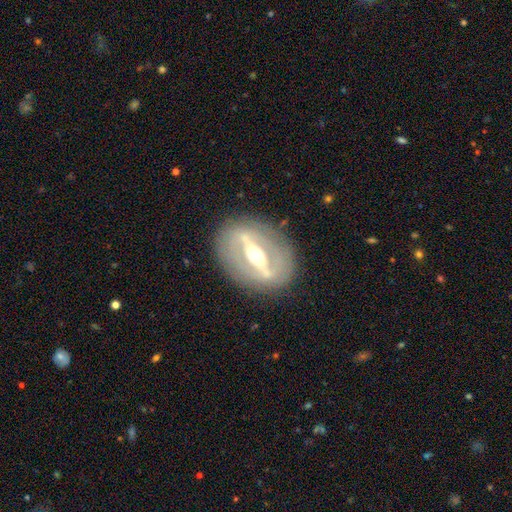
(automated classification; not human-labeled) This appears to be a featured or disk galaxy (81%) with a strong bar (82%), no spiral arms (72%) and a moderate central bulge (72%). Merging: none (83%).